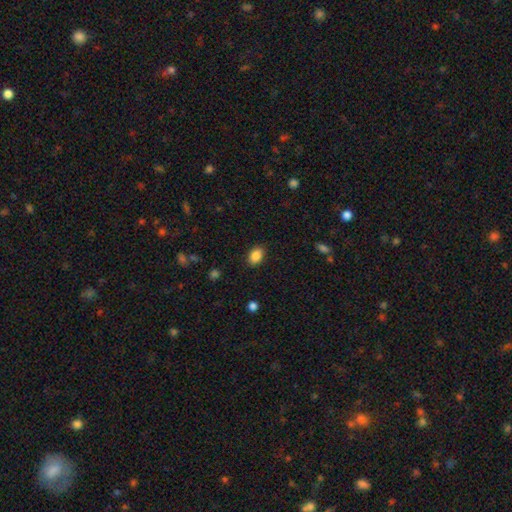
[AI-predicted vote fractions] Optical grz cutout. It shows a smooth galaxy with no disk features (87%) that is in between round and cigar-shaped (84%). Merging: none (87%).